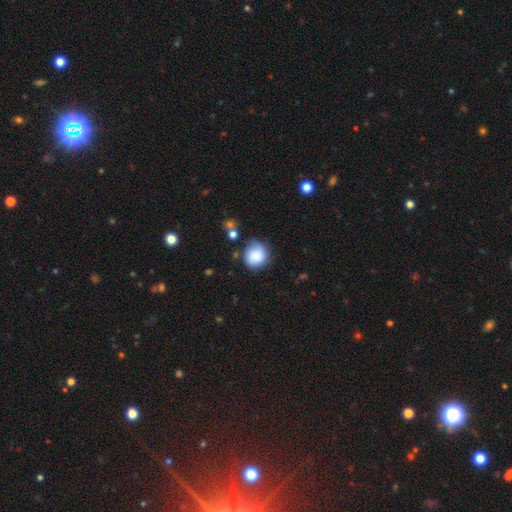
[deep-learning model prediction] Overall: smooth (82%). How rounded: round (84%). Merging: none (65%).